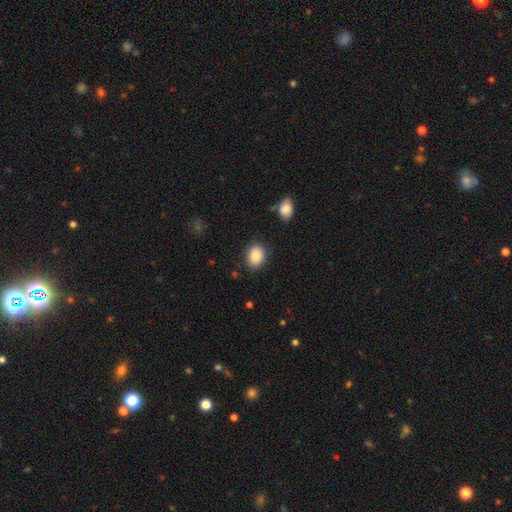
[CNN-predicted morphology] The model was most divided on "how rounded": in between: 68%, round: 31%, cigar-shaped: 1%. More confident: smooth or featured — smooth (88%); merging — none (83%).